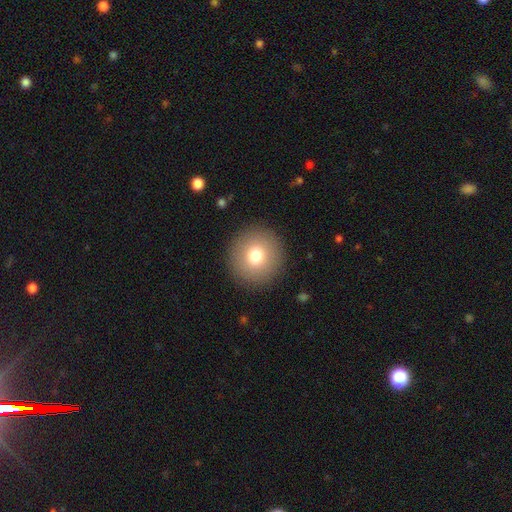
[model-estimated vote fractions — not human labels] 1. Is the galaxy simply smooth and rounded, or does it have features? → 76% smooth, 14% featured or disk, 11% star or artifact.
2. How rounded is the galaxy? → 96% round, 3% in between, 1% cigar-shaped.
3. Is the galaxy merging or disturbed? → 91% none, 5% minor disturbance, 2% major disturbance, 1% merger.